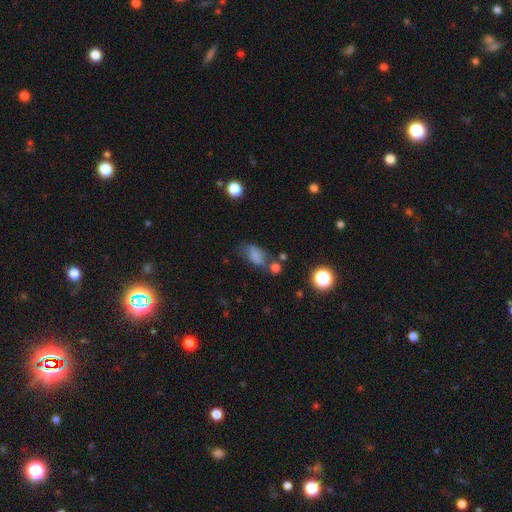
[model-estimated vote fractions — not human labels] Smooth or featured? smooth (71%)
How rounded? in between (82%)
Merging? none (41%)